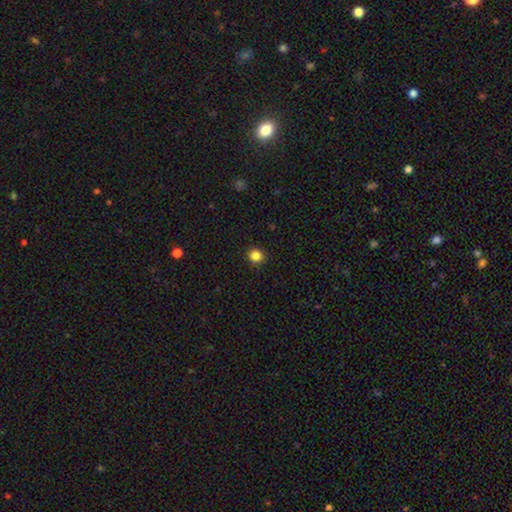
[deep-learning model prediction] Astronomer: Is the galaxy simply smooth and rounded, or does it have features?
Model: smooth — 84%.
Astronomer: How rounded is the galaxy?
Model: round — 90%.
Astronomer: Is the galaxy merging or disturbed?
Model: none — 92%.